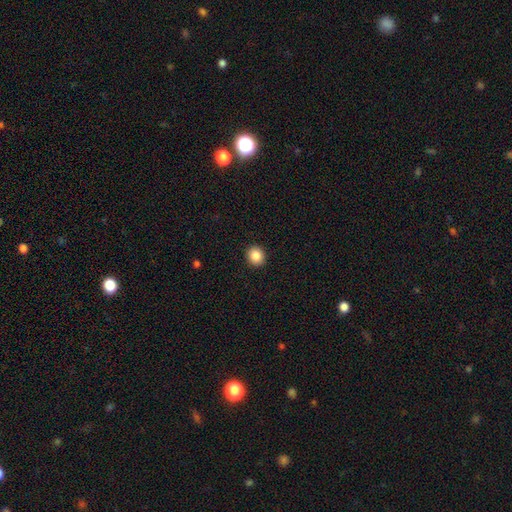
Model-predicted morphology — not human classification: This is clearly a smooth galaxy (86%). How rounded: clearly round (84%). Merging: clearly none (93%).